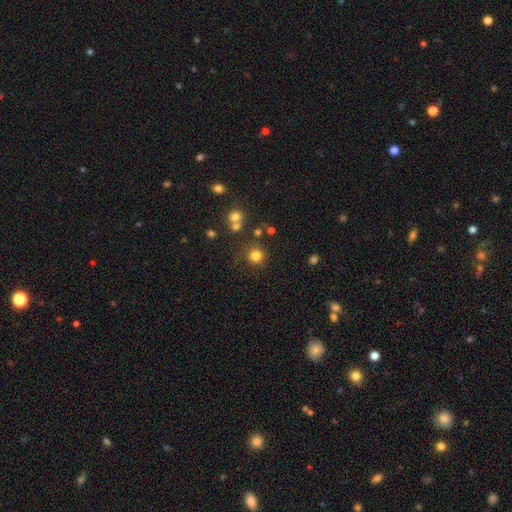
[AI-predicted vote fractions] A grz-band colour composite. It shows a smooth galaxy with no disk features (79%) that is round (93%). Merging: none (81%).